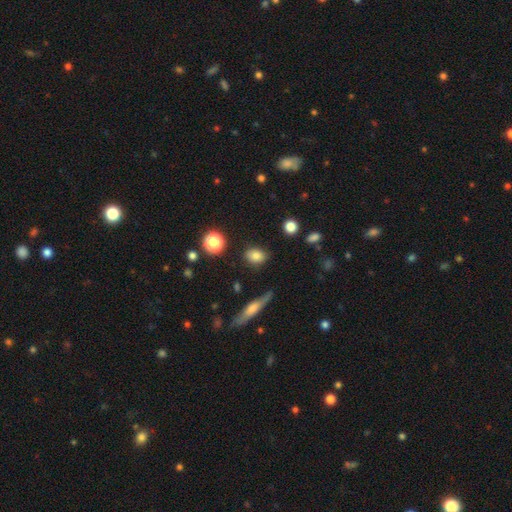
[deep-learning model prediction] Smooth or featured? smooth (82%)
How rounded? in between (59%)
Merging? none (82%)